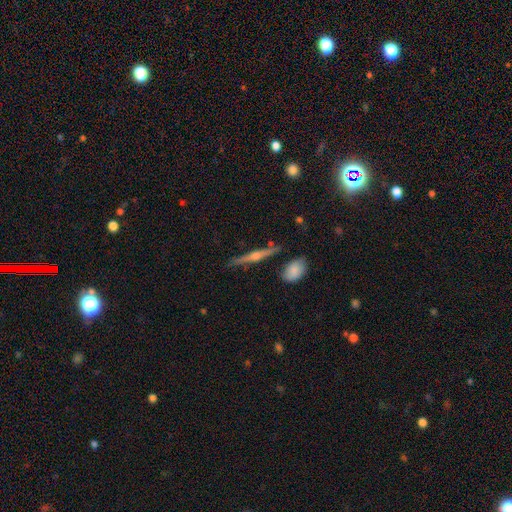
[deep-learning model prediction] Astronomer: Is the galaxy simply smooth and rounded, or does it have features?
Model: featured or disk — 74%.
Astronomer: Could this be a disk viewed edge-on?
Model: yes — 98%.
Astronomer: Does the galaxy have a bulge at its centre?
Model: rounded — 88%.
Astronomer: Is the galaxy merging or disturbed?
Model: none — 87%.